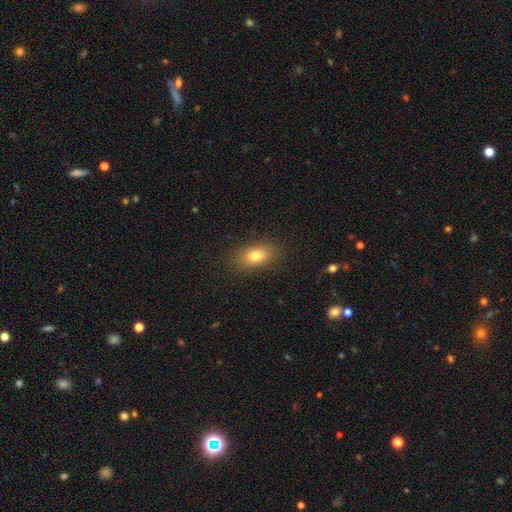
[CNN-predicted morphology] The model was most divided on "smooth or featured": smooth: 78%, featured or disk: 12%, star or artifact: 10%. More confident: merging — none (86%); how rounded — in between (84%).